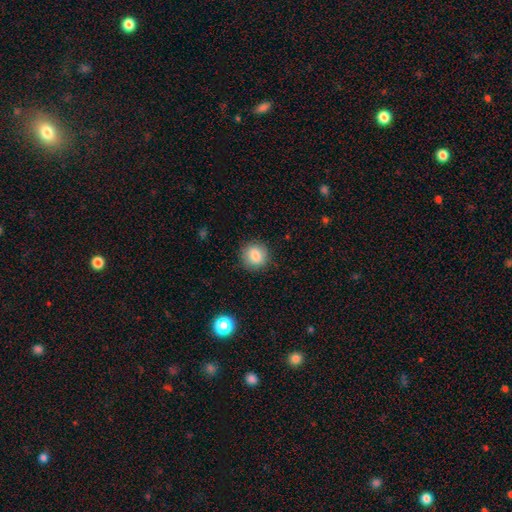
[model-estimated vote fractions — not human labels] smooth_or_featured: smooth (p=0.84) [alt: star or artifact p=0.09]
how_rounded: round (p=0.88) [alt: in between p=0.11]
merging: none (p=0.88) [alt: minor disturbance p=0.08]